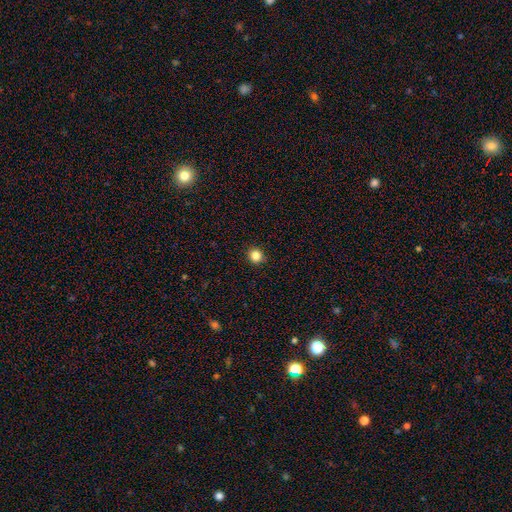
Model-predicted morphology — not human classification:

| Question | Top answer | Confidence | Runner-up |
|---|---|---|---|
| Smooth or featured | smooth | 84% | star or artifact (11%) |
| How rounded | round | 88% | in between (11%) |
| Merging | none | 92% | minor disturbance (5%) |